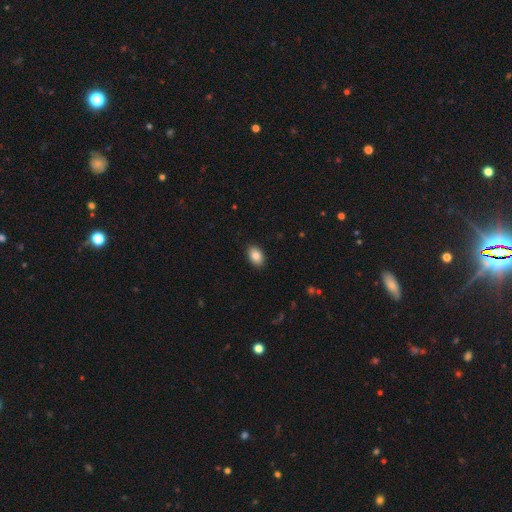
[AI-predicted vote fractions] This appears to be a smooth galaxy with no disk features (85%) that is in between round and cigar-shaped (88%). Merging: none (90%).